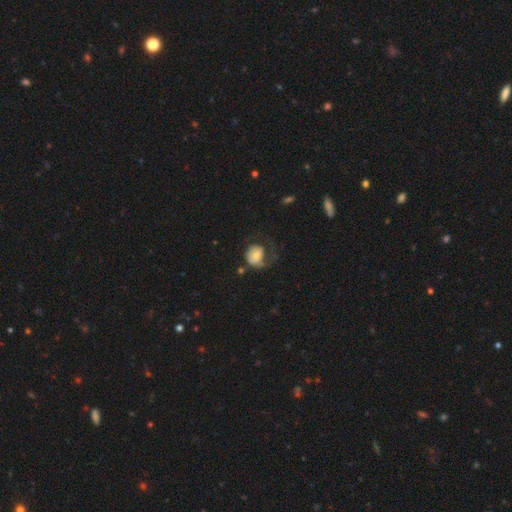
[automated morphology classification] Smooth or featured: smooth — 59% (featured or disk — 33%)
How rounded: round — 63% (in between — 36%)
Merging: major disturbance — 48% (none — 27%)